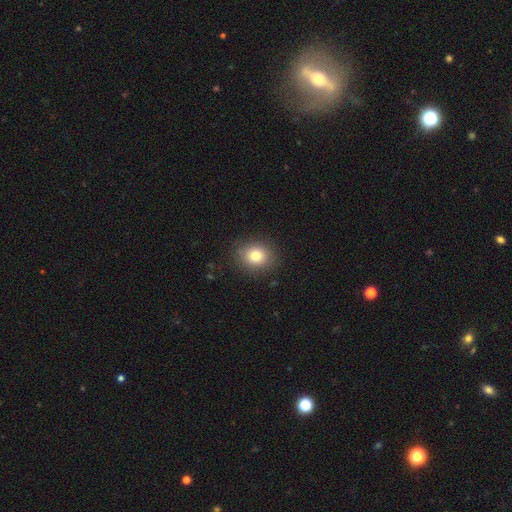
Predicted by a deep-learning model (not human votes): Smooth or featured? smooth (79%)
How rounded? round (74%)
Merging? none (88%)